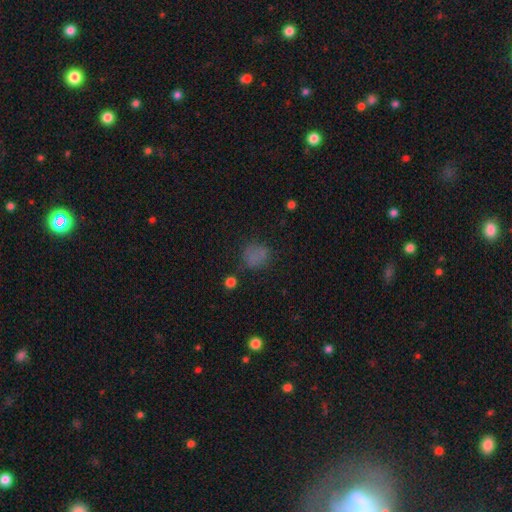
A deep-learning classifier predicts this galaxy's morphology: Smooth or featured: smooth — 70% (star or artifact — 21%)
How rounded: round — 73% (in between — 26%)
Merging: none — 68% (minor disturbance — 19%)